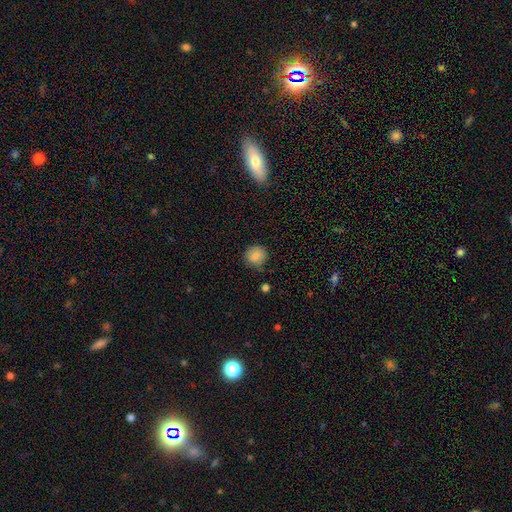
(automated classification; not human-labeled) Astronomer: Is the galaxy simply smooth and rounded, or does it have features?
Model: smooth — 82%.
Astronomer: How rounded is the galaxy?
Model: round — 93%.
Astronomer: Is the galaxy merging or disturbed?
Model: none — 84%.